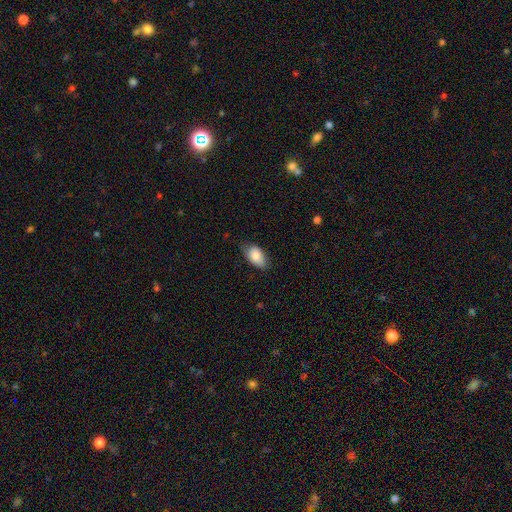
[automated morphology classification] Smooth or featured? smooth (84%)
How rounded? in between (92%)
Merging? none (69%)